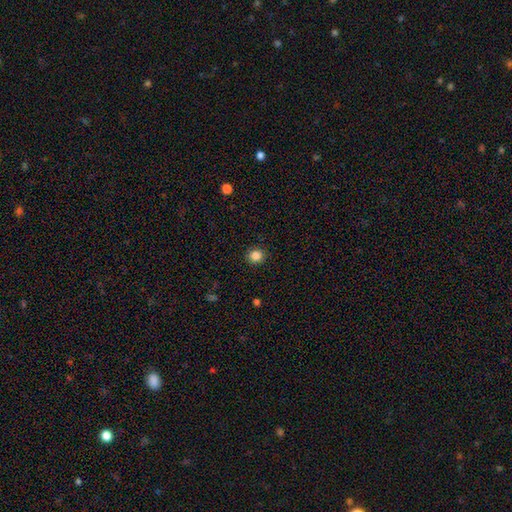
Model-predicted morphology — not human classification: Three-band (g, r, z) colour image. It shows a smooth galaxy with no disk features (85%) that is round (90%). Merging: none (92%).